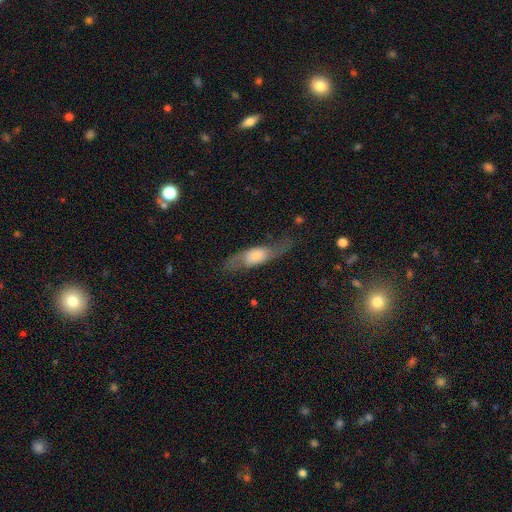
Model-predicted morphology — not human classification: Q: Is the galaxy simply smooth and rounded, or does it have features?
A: featured or disk — 61%.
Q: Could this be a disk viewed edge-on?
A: no — 71%.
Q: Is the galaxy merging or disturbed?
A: none — 64%.